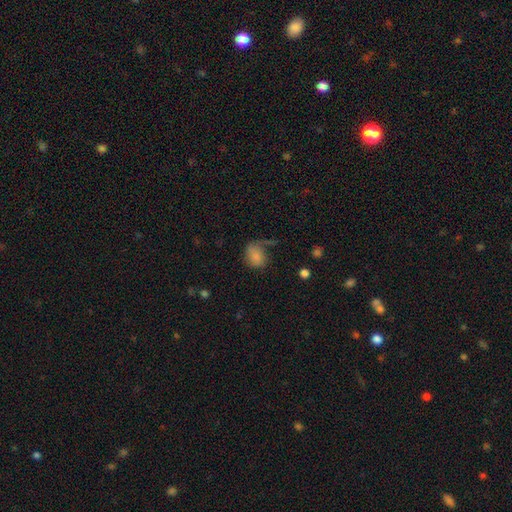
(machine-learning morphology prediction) Smooth or featured? smooth (76%)
How rounded? in between (63%)
Merging? none (44%)